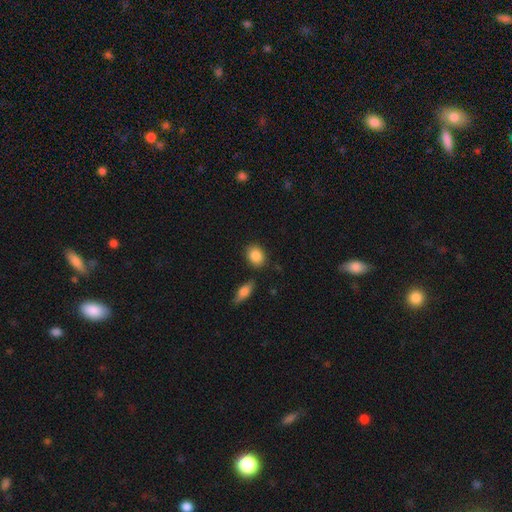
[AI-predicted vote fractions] smooth_or_featured: smooth (p=0.87) [alt: star or artifact p=0.07]
how_rounded: in between (p=0.55) [alt: round p=0.43]
merging: none (p=0.81) [alt: minor disturbance p=0.11]